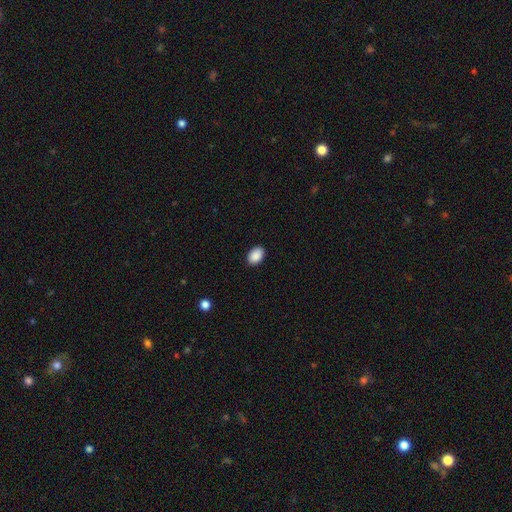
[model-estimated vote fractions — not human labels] A smooth galaxy with no disk features (90%) that is in between round and cigar-shaped (83%).

Vote fractions:
- Smooth or featured? smooth: 90% / star or artifact: 7% / featured or disk: 3%
- How rounded? in between: 83% / round: 16% / cigar-shaped: 1%
- Merging? none: 89% / minor disturbance: 8% / major disturbance: 2% / merger: 1%